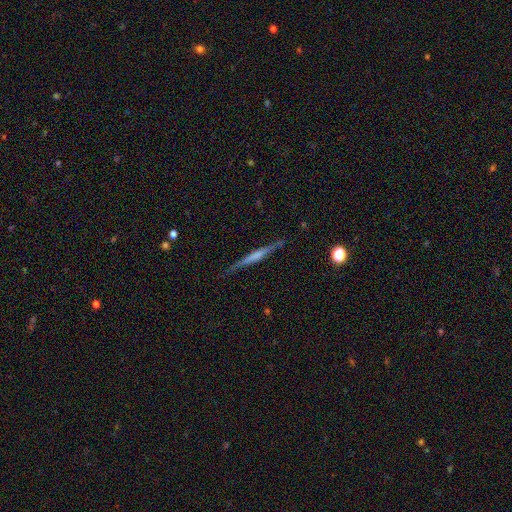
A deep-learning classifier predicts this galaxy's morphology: Smooth or featured: featured or disk — 68% (smooth — 26%)
Edge-on disk: yes — 97% (no — 3%)
Edge-on bulge: none — 39% (rounded — 32%)
Merging: none — 86% (minor disturbance — 10%)